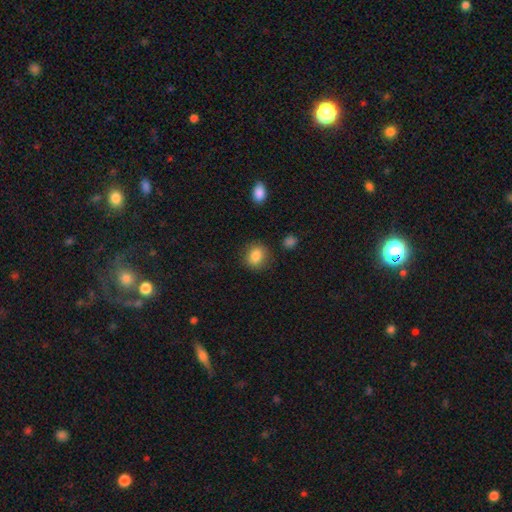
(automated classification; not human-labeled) Q: Smooth or featured?
A: smooth (85%); runner-up: star or artifact (9%)
Q: How rounded?
A: round (63%); runner-up: in between (36%)
Q: Merging?
A: none (83%); runner-up: minor disturbance (12%)